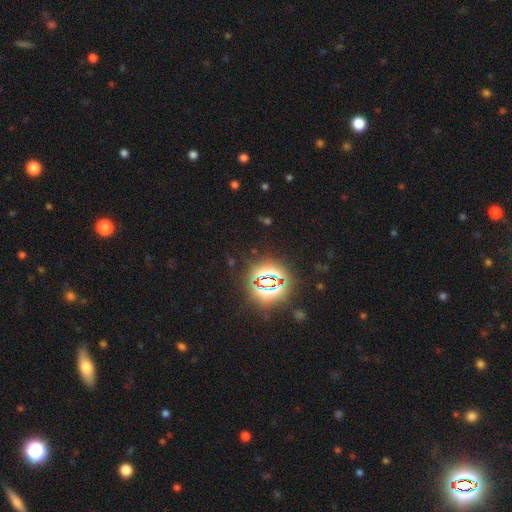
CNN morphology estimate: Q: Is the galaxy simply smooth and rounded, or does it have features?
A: star or artifact — 84%.